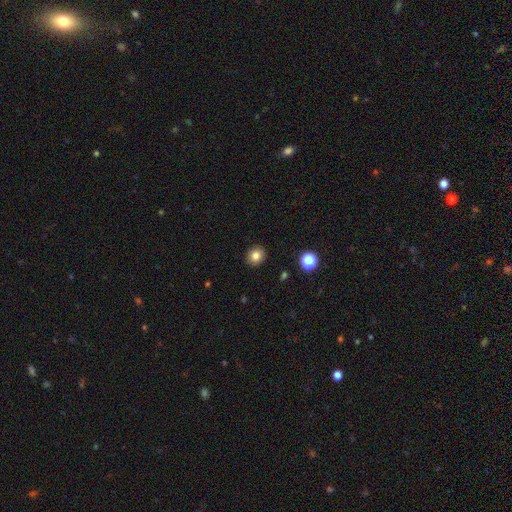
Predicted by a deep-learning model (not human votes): smooth 81%, star or artifact 11%, featured or disk 7%. Down the decision tree: how rounded — round (79%); merging — none (91%).